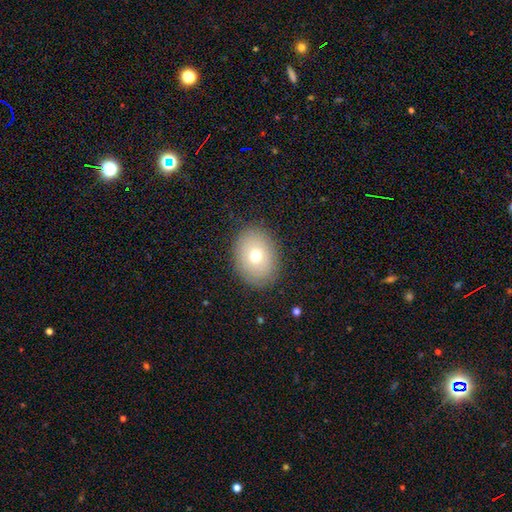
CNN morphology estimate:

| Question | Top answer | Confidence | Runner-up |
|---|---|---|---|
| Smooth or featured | smooth | 72% | featured or disk (17%) |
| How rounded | in between | 63% | round (36%) |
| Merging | none | 87% | minor disturbance (9%) |